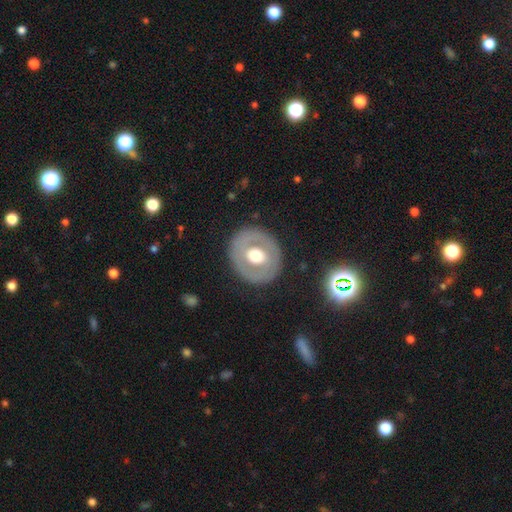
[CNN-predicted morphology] Smooth or featured: featured or disk — 54% (smooth — 40%)
Edge-on disk: no — 95% (yes — 5%)
Bar: no — 77% (weak — 16%)
Spiral arms: no — 86% (yes — 14%)
Bulge size: moderate — 60% (large — 32%)
Merging: none — 84% (minor disturbance — 10%)